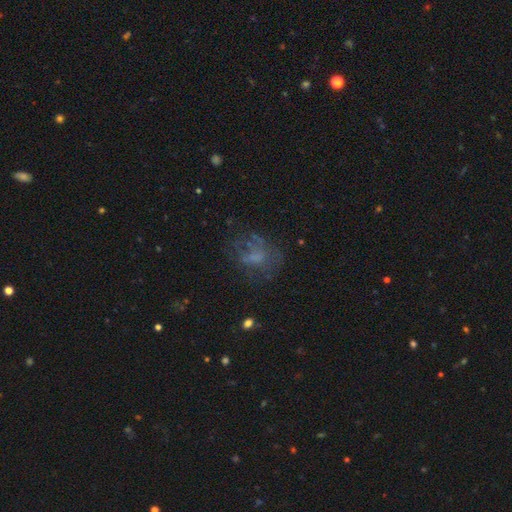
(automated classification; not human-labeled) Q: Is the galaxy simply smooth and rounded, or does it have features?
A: featured or disk — 41%.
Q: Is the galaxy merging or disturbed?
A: none — 51%.